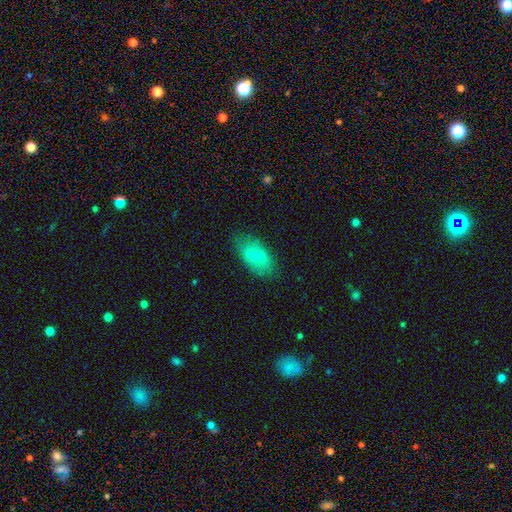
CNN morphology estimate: smooth_or_featured: smooth (p=0.69) [alt: featured or disk p=0.24]
how_rounded: in between (p=0.91) [alt: cigar-shaped p=0.05]
merging: none (p=0.76) [alt: minor disturbance p=0.18]